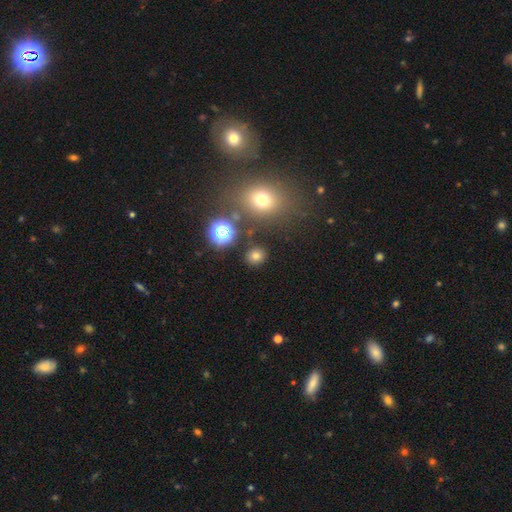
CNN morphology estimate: This appears to be a smooth galaxy with no disk features (72%) that is round (80%). Merging: none (86%).